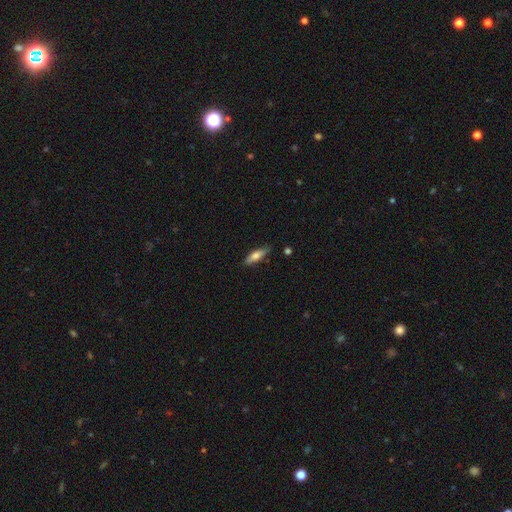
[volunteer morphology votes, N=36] type=smooth (78%); roundness=cigar-shaped (54%); merging=none (80%).